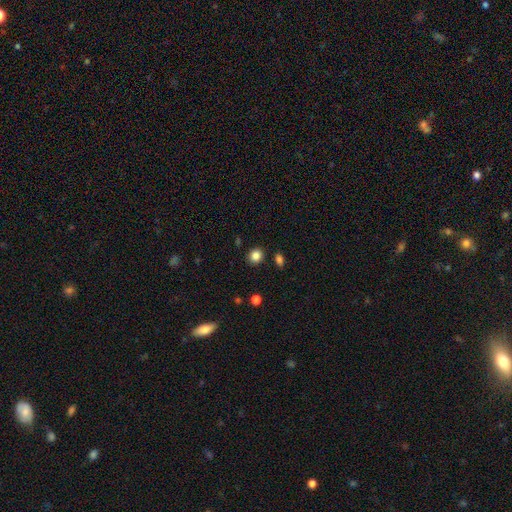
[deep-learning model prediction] Q: Smooth or featured?
A: smooth (85%); runner-up: star or artifact (11%)
Q: How rounded?
A: round (70%); runner-up: in between (29%)
Q: Merging?
A: none (87%); runner-up: minor disturbance (8%)